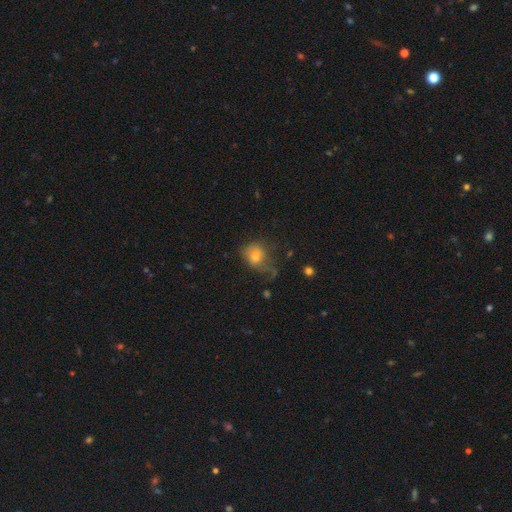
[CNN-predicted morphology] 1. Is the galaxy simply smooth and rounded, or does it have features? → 71% smooth, 18% featured or disk, 11% star or artifact.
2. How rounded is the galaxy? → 57% round, 42% in between, 1% cigar-shaped.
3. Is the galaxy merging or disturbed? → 39% none, 30% major disturbance, 28% minor disturbance, 3% merger.